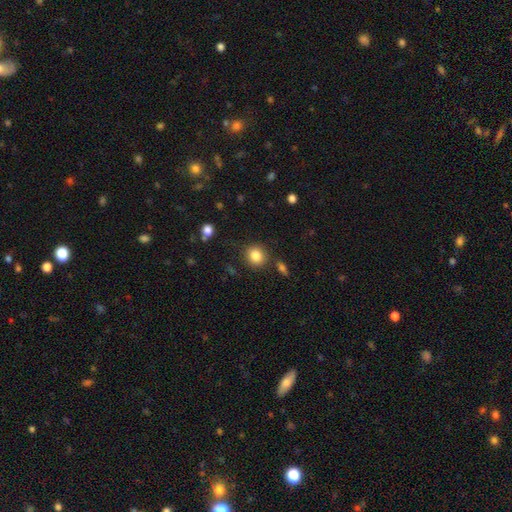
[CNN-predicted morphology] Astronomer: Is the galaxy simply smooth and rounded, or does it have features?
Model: smooth — 85%.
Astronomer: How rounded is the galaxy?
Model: round — 81%.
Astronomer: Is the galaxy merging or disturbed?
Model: none — 83%.